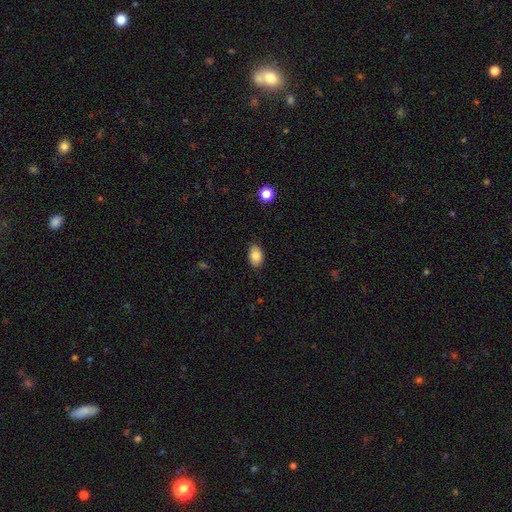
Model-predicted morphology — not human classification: smooth_or_featured: smooth (p=0.85) [alt: star or artifact p=0.08]
how_rounded: in between (p=0.88) [alt: round p=0.11]
merging: none (p=0.86) [alt: minor disturbance p=0.11]